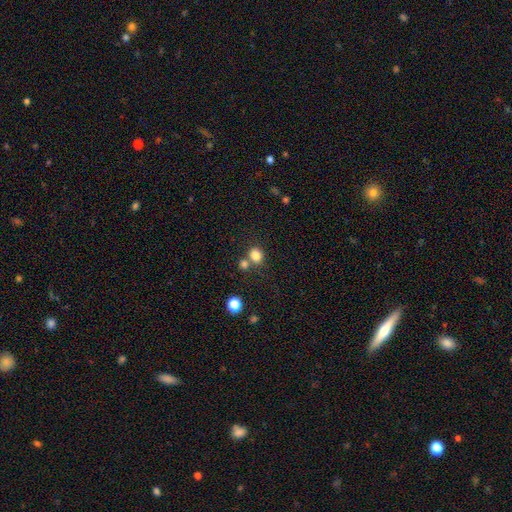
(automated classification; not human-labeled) Smooth or featured? smooth (82%)
How rounded? round (69%)
Merging? none (61%)